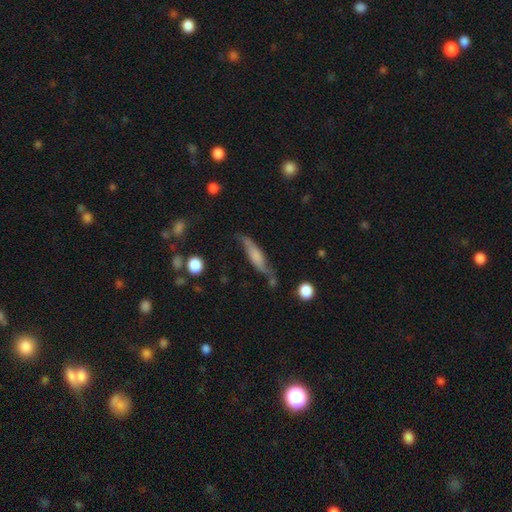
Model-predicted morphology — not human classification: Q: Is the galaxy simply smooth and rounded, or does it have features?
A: featured or disk — 49%.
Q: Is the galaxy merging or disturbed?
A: none — 57%.